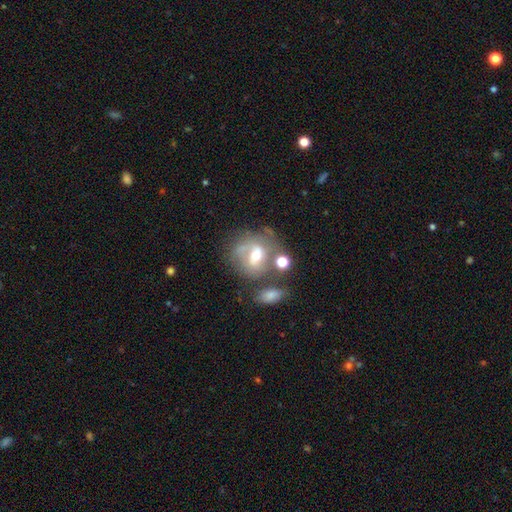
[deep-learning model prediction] The model was most divided on "bar": no: 45%, weak: 39%, strong: 16%. Remaining: edge-on disk — no (96%); spiral arms — yes (68%); smooth or featured — featured or disk (62%); bulge size — moderate (60%); merging — none (46%).